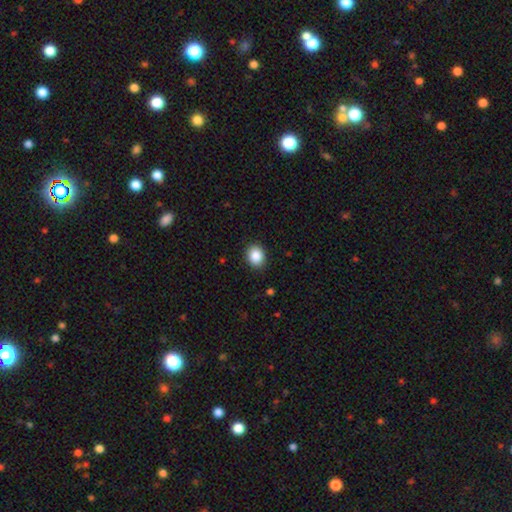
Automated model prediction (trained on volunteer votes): smooth 87%, star or artifact 9%, featured or disk 4%. Down the decision tree: how rounded — round (58%); merging — none (90%).